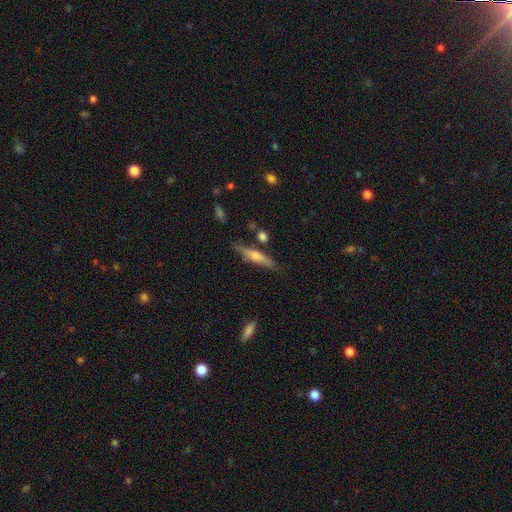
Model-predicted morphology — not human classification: Smooth or featured? Predicted: smooth (p=0.47). Merging? Predicted: none (p=0.79).